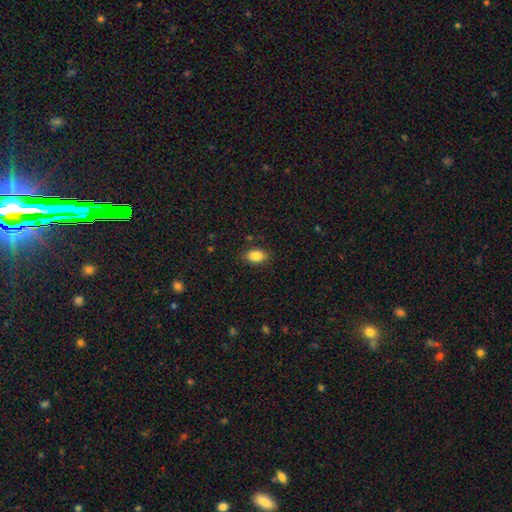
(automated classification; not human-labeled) smooth_or_featured: smooth (p=0.87) [alt: star or artifact p=0.08]
how_rounded: in between (p=0.89) [alt: round p=0.09]
merging: none (p=0.85) [alt: minor disturbance p=0.11]